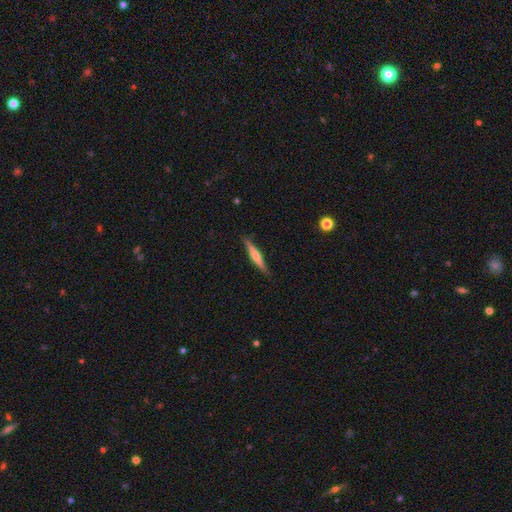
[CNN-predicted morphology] The model was most divided on "smooth or featured": featured or disk: 50%, smooth: 44%, star or artifact: 6%. More confident: edge-on disk — yes (96%); merging — none (86%).